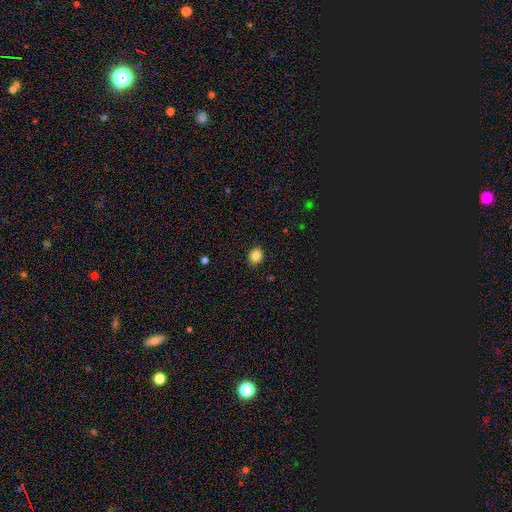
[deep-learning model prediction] smooth-or-featured: smooth: 86% | star or artifact: 10% | featured or disk: 4%
  how-rounded: round: 50% | in between: 49% | cigar-shaped: 1%
  merging: none: 88% | minor disturbance: 9% | major disturbance: 2% | merger: 1%